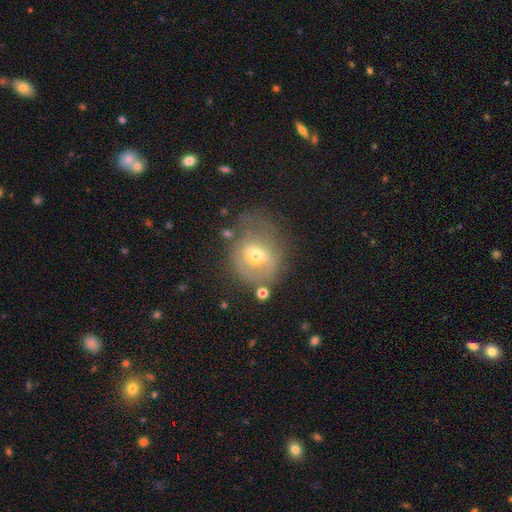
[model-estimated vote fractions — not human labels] Morphology: type=featured or disk (49%); merging=none (44%).